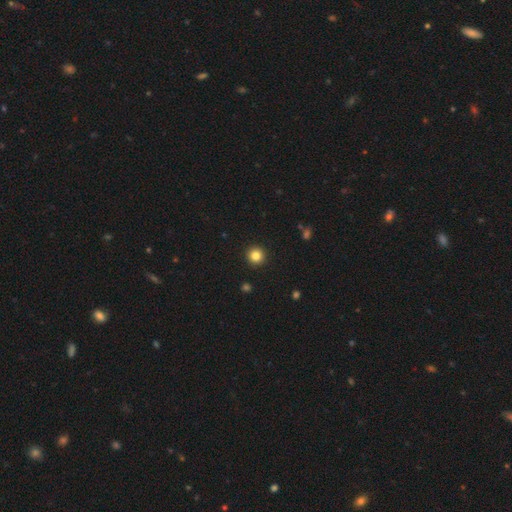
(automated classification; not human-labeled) Smooth or featured: smooth — 83% (star or artifact — 12%)
How rounded: round — 96% (in between — 3%)
Merging: none — 93% (minor disturbance — 4%)